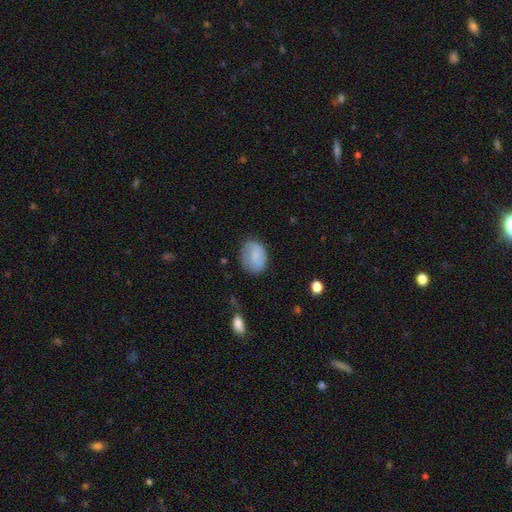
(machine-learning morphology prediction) Smooth or featured?
  - smooth: 74% *
  - featured or disk: 18%
  - star or artifact: 8%
How rounded?
  - in between: 69% *
  - round: 29%
  - cigar-shaped: 1%
Merging?
  - none: 68% *
  - minor disturbance: 23%
  - major disturbance: 8%
  - merger: 2%